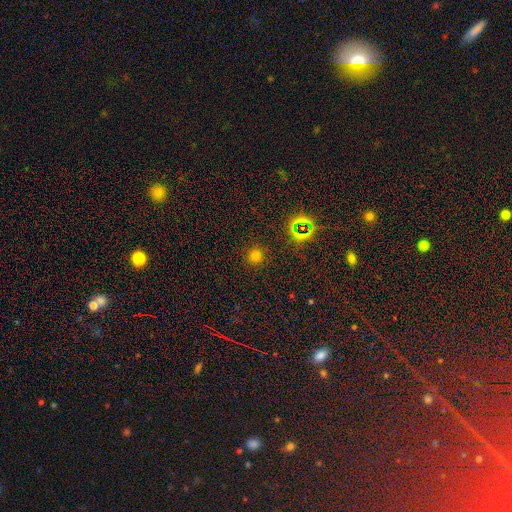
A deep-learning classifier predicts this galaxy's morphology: smooth_or_featured: smooth (p=0.68) [alt: star or artifact p=0.25]
how_rounded: round (p=0.94) [alt: in between p=0.05]
merging: none (p=0.90) [alt: minor disturbance p=0.06]